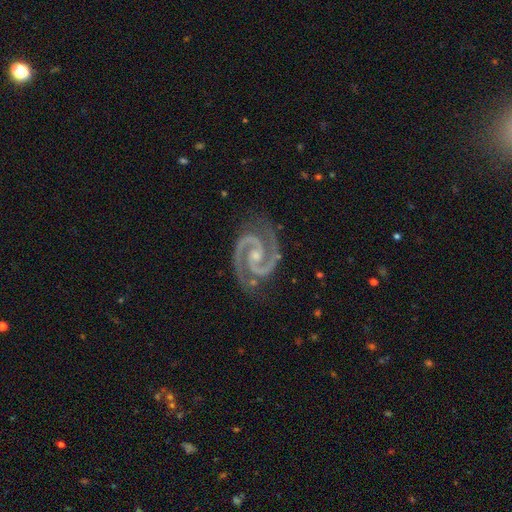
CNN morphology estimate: Q: Smooth or featured?
A: featured or disk (95%); runner-up: star or artifact (3%)
Q: Edge-on disk?
A: no (98%); runner-up: yes (2%)
Q: Bar?
A: no (48%); runner-up: weak (36%)
Q: Spiral arms?
A: yes (99%); runner-up: no (1%)
Q: Spiral winding?
A: medium (53%); runner-up: tight (42%)
Q: Spiral arm count?
A: 2 (95%); runner-up: 3 (1%)
Q: Bulge size?
A: small (55%); runner-up: moderate (37%)
Q: Merging?
A: none (82%); runner-up: minor disturbance (13%)